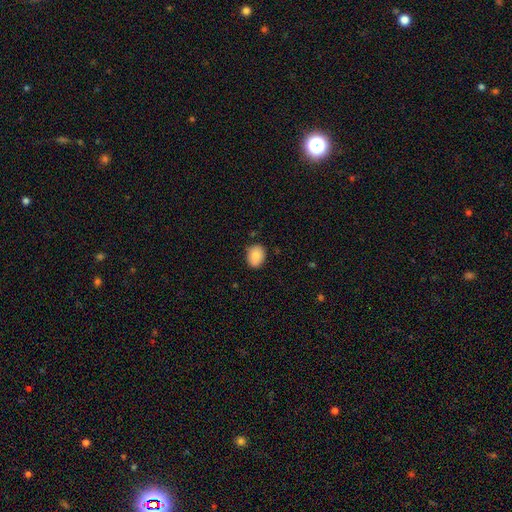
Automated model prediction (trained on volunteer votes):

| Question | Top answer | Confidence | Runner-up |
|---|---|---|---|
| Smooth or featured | smooth | 87% | star or artifact (7%) |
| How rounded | in between | 57% | round (42%) |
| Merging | none | 79% | minor disturbance (17%) |